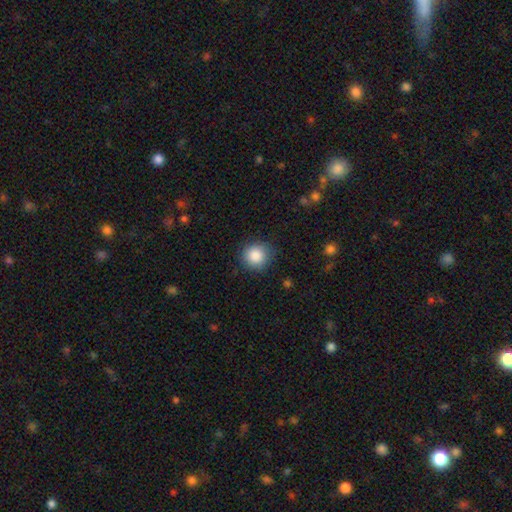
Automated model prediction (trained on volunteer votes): This is clearly a smooth galaxy (87%). How rounded: clearly round (90%). Merging: clearly none (84%).